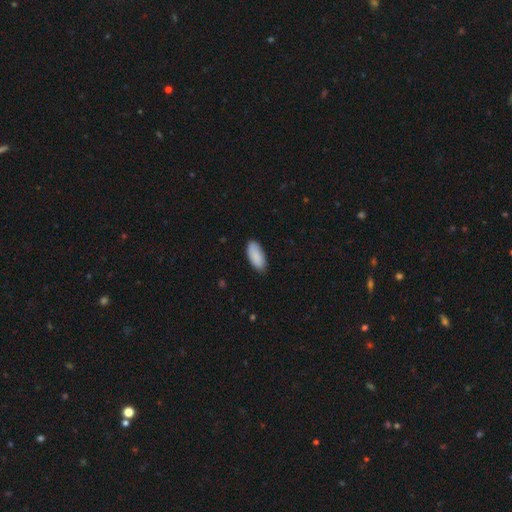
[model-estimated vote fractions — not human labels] This appears to be a smooth galaxy with no disk features (89%) that is in between round and cigar-shaped (91%). Merging: none (83%).